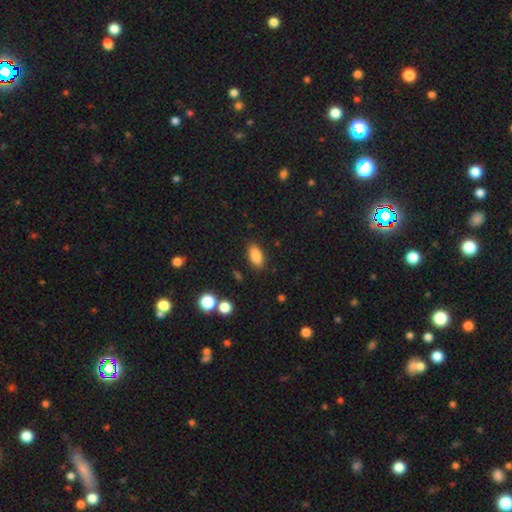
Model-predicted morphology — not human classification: This appears to be a smooth galaxy with no disk features (85%) that is in between round and cigar-shaped (89%). Merging: none (86%).